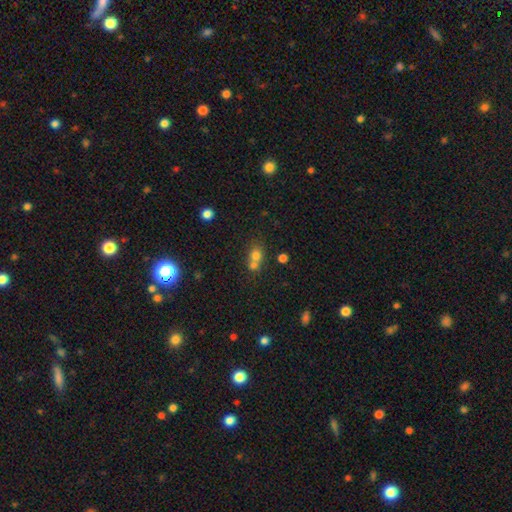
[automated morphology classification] A smooth galaxy with no disk features (72%) that is round (67%).

Vote fractions:
- Smooth or featured? smooth: 72% / star or artifact: 15% / featured or disk: 13%
- How rounded? round: 67% / in between: 31% / cigar-shaped: 2%
- Merging? merger: 57% / none: 32% / minor disturbance: 7% / major disturbance: 3%